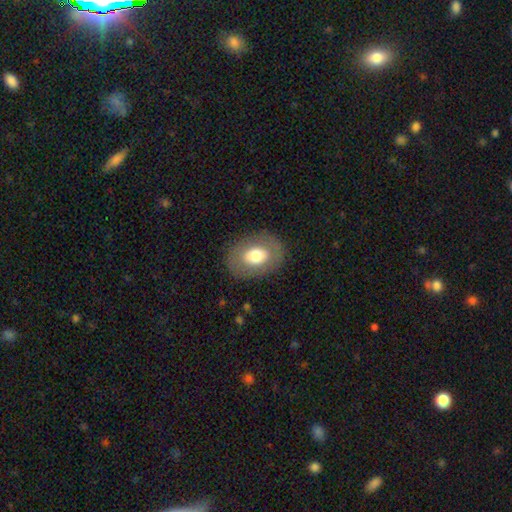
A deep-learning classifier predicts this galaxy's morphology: Overall: smooth (67%). How rounded: in between (72%). Merging: none (84%).